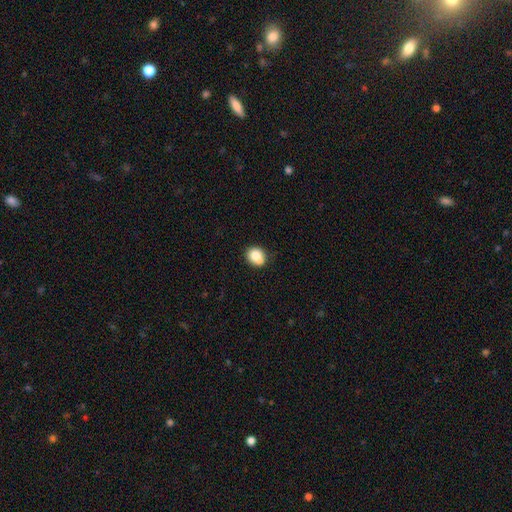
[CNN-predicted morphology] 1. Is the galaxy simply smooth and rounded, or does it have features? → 83% smooth, 9% star or artifact, 8% featured or disk.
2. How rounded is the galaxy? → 64% round, 35% in between, 1% cigar-shaped.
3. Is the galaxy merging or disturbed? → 70% none, 19% minor disturbance, 7% merger, 4% major disturbance.